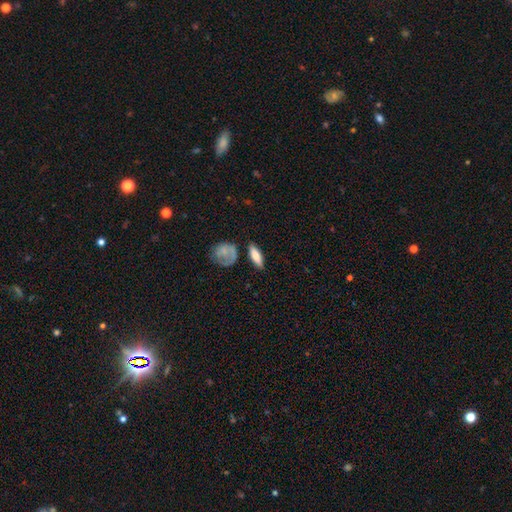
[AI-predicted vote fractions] Smooth or featured? Predicted: smooth (p=0.71). How rounded? Predicted: in between (p=0.53). Merging? Predicted: none (p=0.76).